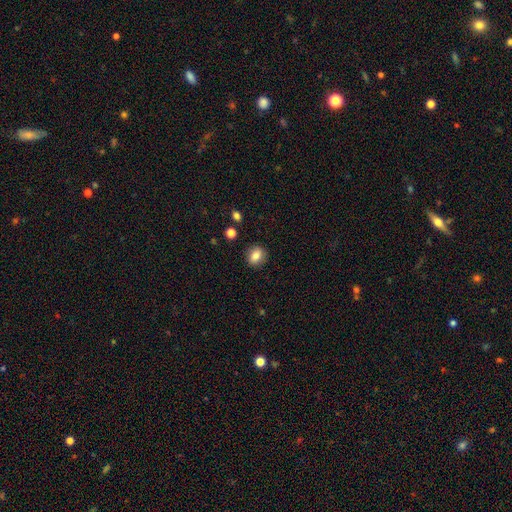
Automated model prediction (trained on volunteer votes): Smooth or featured? Predicted: smooth (p=0.80). How rounded? Predicted: round (p=0.58). Merging? Predicted: none (p=0.88).